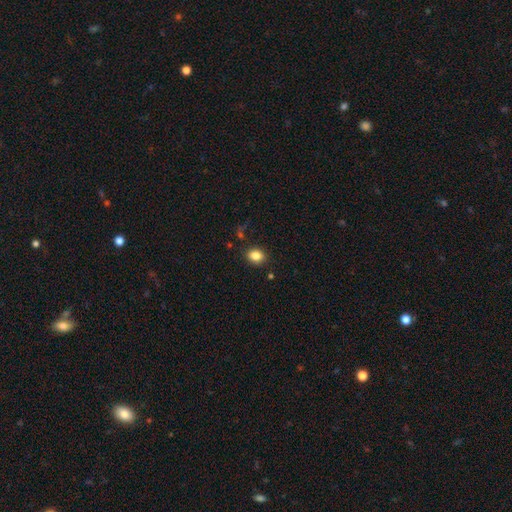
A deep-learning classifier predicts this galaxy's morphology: Smooth or featured?
  - smooth: 84% *
  - star or artifact: 10%
  - featured or disk: 5%
How rounded?
  - in between: 50% *
  - round: 49%
  - cigar-shaped: 1%
Merging?
  - none: 86% *
  - minor disturbance: 9%
  - major disturbance: 3%
  - merger: 2%